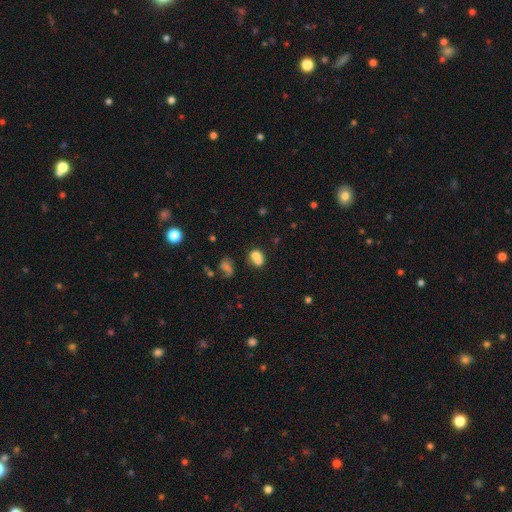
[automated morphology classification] Smooth or featured?
  - smooth: 71% *
  - featured or disk: 17%
  - star or artifact: 12%
How rounded?
  - round: 49% * (tied)
  - in between: 49% * (tied)
  - cigar-shaped: 2%
Merging?
  - merger: 57% *
  - none: 27%
  - minor disturbance: 10%
  - major disturbance: 6%